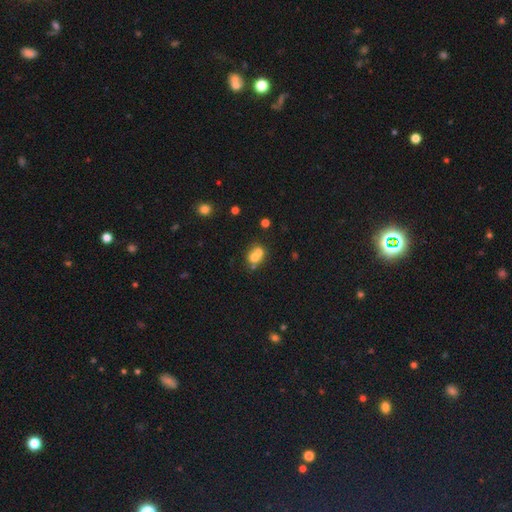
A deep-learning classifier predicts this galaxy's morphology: Overall: smooth (65%). How rounded: round (71%). Merging: merger (61%; none 30%).